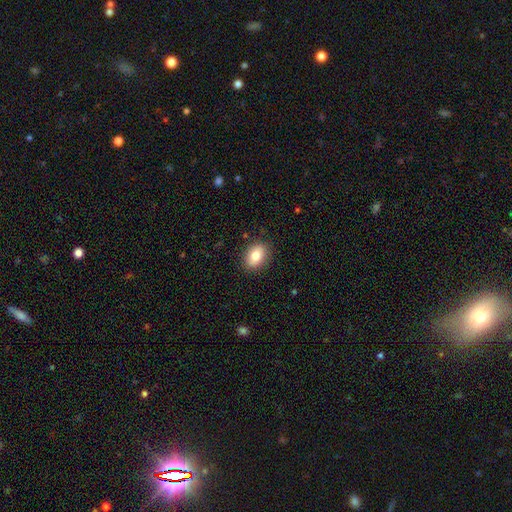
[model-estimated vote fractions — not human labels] smooth 80%, featured or disk 12%, star or artifact 8%. Down the decision tree: how rounded — in between (76%); merging — none (87%).